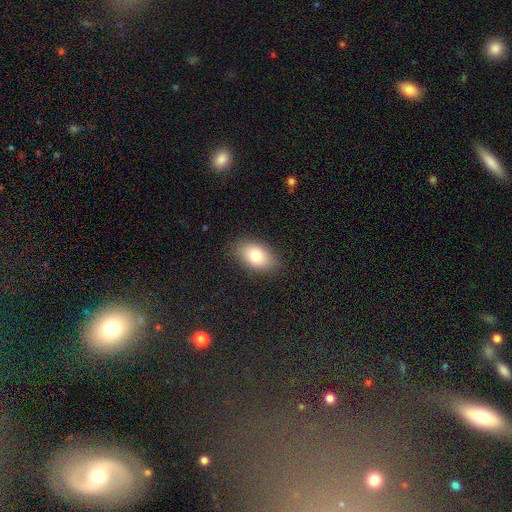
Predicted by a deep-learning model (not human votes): Smooth or featured? smooth (81%)
How rounded? in between (91%)
Merging? none (86%)